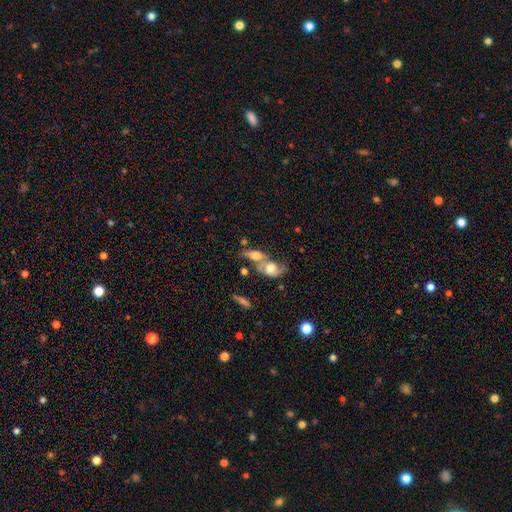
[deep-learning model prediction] smooth_or_featured: smooth (p=0.53) [alt: featured or disk p=0.37]
how_rounded: in between (p=0.72) [alt: round p=0.16]
merging: merger (p=0.61) [alt: none p=0.22]